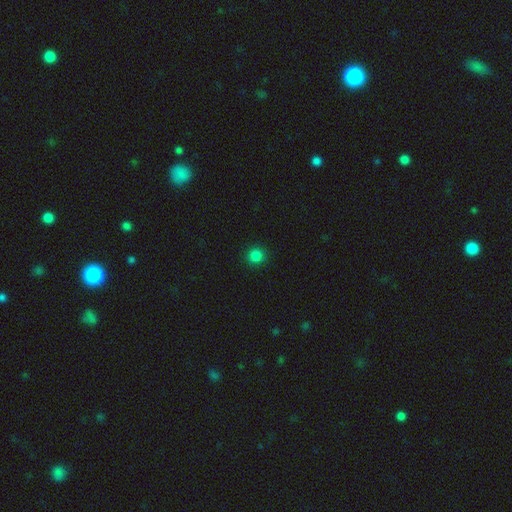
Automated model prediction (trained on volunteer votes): This appears to be a smooth galaxy with no disk features (83%) that is round (93%). Merging: none (92%).